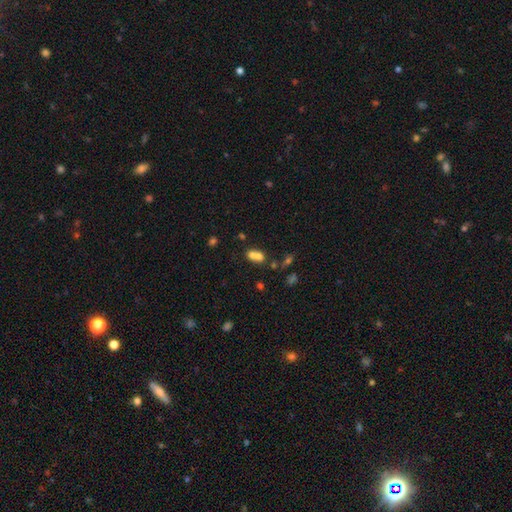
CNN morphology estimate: Smooth or featured: smooth — 67% (featured or disk — 18%)
How rounded: round — 49% (in between — 48%)
Merging: merger — 67% (none — 23%)